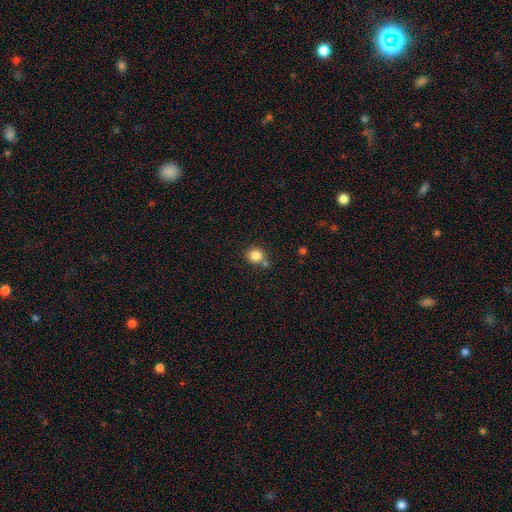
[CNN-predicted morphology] Smooth or featured: smooth — 84% (star or artifact — 11%)
How rounded: round — 86% (in between — 13%)
Merging: none — 72% (merger — 15%)